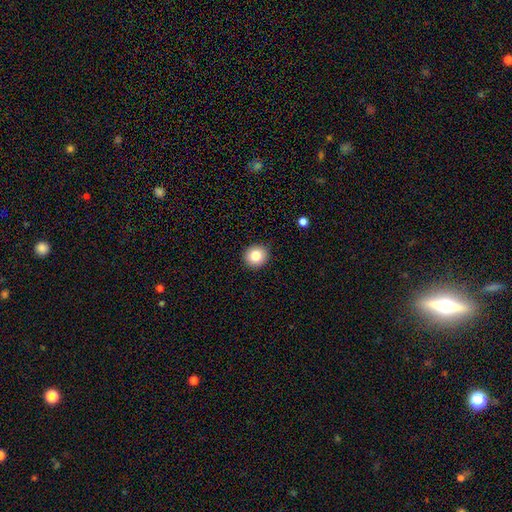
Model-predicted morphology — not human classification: type=smooth (83%); roundness=round (87%); merging=none (90%).